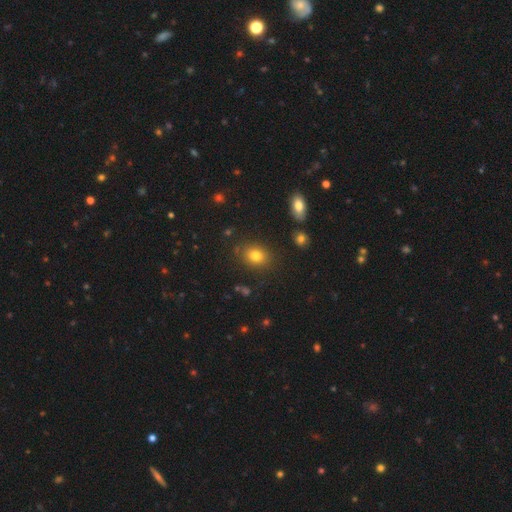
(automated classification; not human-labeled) smooth_or_featured: smooth (p=0.79) [alt: star or artifact p=0.12]
how_rounded: in between (p=0.55) [alt: round p=0.44]
merging: none (p=0.83) [alt: minor disturbance p=0.11]